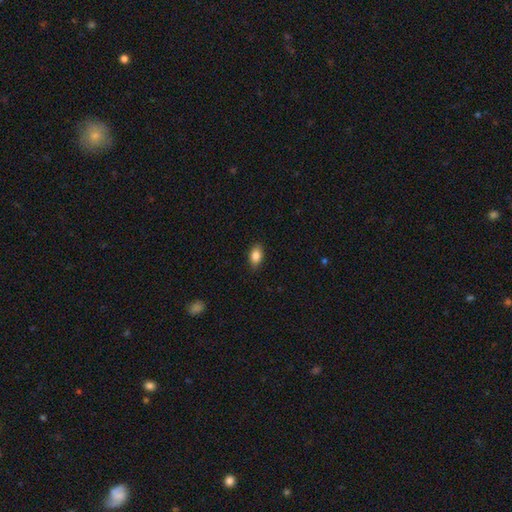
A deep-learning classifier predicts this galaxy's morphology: The model was most divided on "merging": none: 84%, minor disturbance: 12%, major disturbance: 3%, merger: 1%. More confident: how rounded — in between (86%); smooth or featured — smooth (86%).